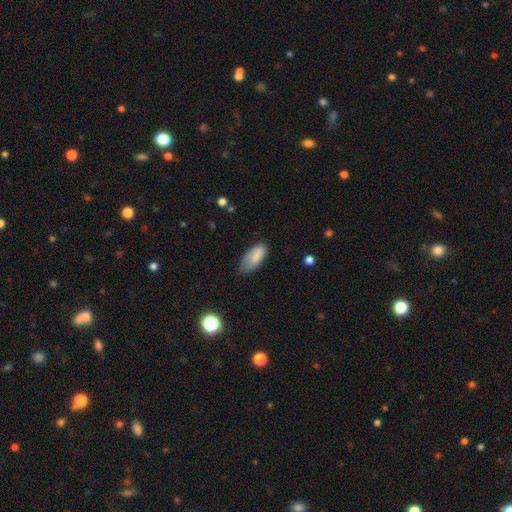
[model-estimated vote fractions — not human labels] smooth_or_featured: smooth (p=0.83) [alt: featured or disk p=0.10]
how_rounded: in between (p=0.89) [alt: cigar-shaped p=0.09]
merging: none (p=0.52) [alt: minor disturbance p=0.38]